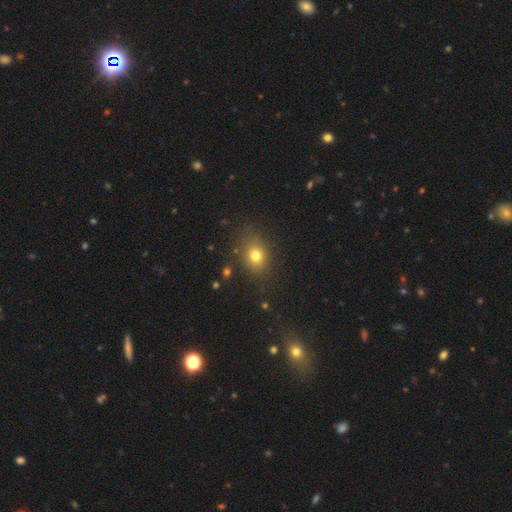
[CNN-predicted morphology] Overall: smooth (76%). How rounded: round (51%; in between 48%). Merging: none (82%).